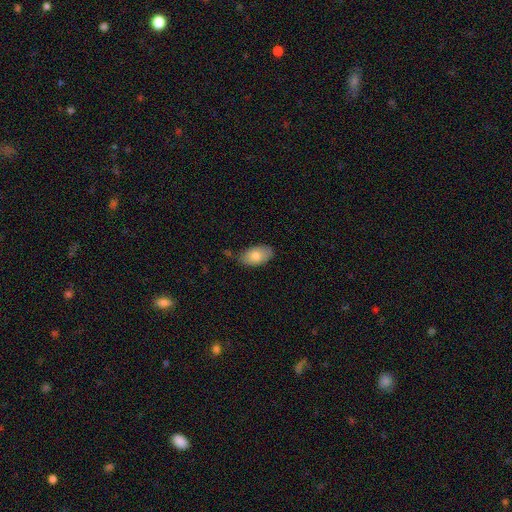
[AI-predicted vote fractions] Q: Smooth or featured?
A: smooth (80%); runner-up: featured or disk (13%)
Q: How rounded?
A: in between (94%); runner-up: round (5%)
Q: Merging?
A: none (72%); runner-up: minor disturbance (22%)